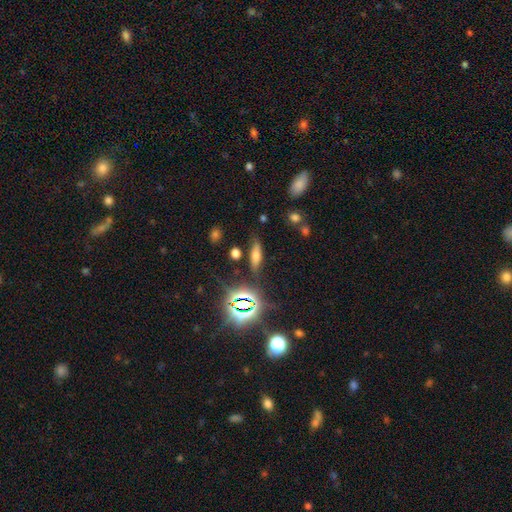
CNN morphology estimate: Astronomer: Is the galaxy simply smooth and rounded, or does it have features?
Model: smooth — 54%.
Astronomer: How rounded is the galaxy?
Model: cigar-shaped — 53% (runner-up: in between, 42%).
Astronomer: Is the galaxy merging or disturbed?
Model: none — 78%.